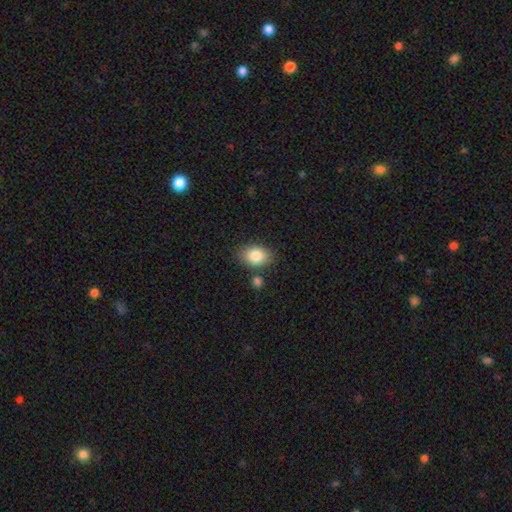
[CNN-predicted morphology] This appears to be a smooth galaxy with no disk features (83%) that is in between round and cigar-shaped (80%). Merging: none (76%).